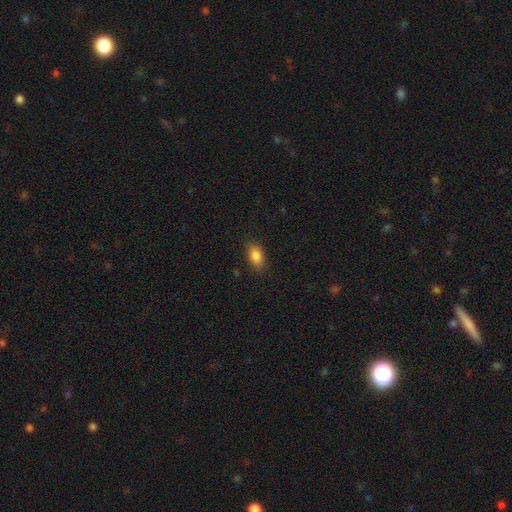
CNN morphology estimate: A smooth galaxy with no disk features (87%) that is in between round and cigar-shaped (90%).

Vote fractions:
- Smooth or featured? smooth: 87% / star or artifact: 8% / featured or disk: 5%
- How rounded? in between: 90% / round: 6% / cigar-shaped: 4%
- Merging? none: 85% / minor disturbance: 11% / major disturbance: 3% / merger: 1%